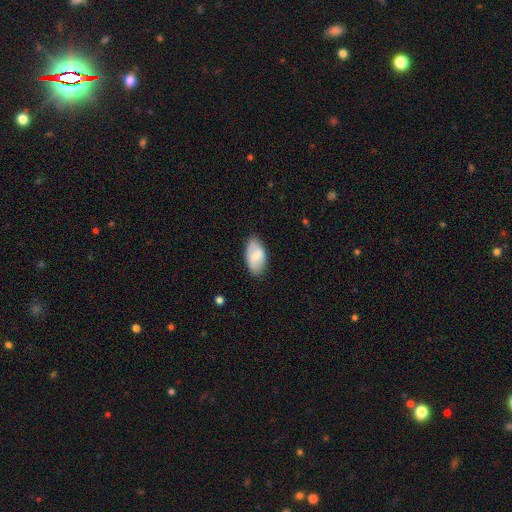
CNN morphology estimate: This is likely a smooth galaxy (71%). How rounded: clearly in between (94%). Merging: clearly none (80%).